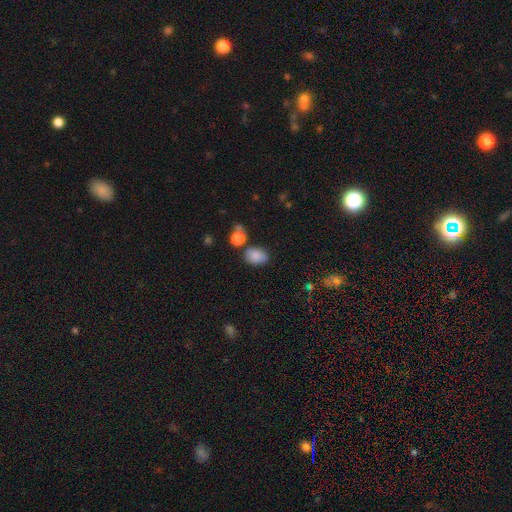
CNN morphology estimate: Q: Smooth or featured?
A: smooth (82%); runner-up: star or artifact (10%)
Q: How rounded?
A: in between (75%); runner-up: round (24%)
Q: Merging?
A: none (68%); runner-up: minor disturbance (18%)